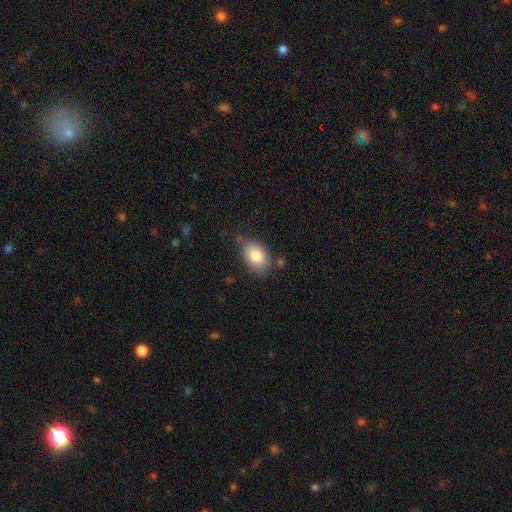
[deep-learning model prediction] Q: Smooth or featured?
A: smooth (84%); runner-up: featured or disk (8%)
Q: How rounded?
A: in between (77%); runner-up: round (22%)
Q: Merging?
A: none (70%); runner-up: minor disturbance (21%)